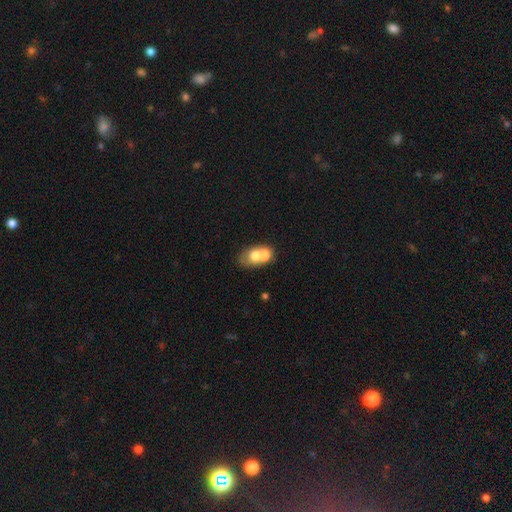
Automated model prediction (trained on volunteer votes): The model was most divided on "how rounded": in between: 64%, round: 35%, cigar-shaped: 2%. More confident: smooth or featured — smooth (64%); merging — merger (59%).